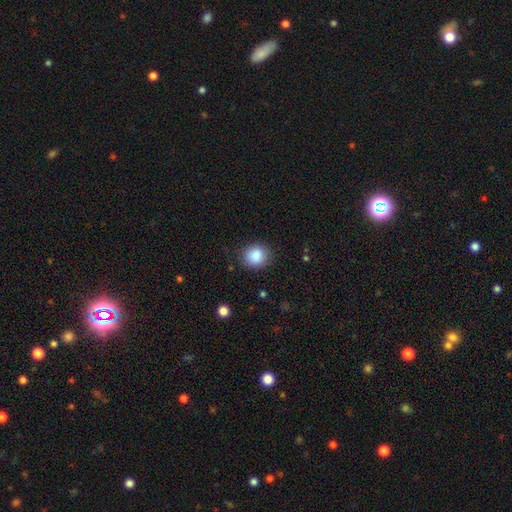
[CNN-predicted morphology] Smooth or featured?
  - smooth: 87% *
  - star or artifact: 9%
  - featured or disk: 4%
How rounded?
  - round: 78% *
  - in between: 21%
  - cigar-shaped: 1%
Merging?
  - none: 85% *
  - minor disturbance: 11%
  - major disturbance: 3%
  - merger: 1%